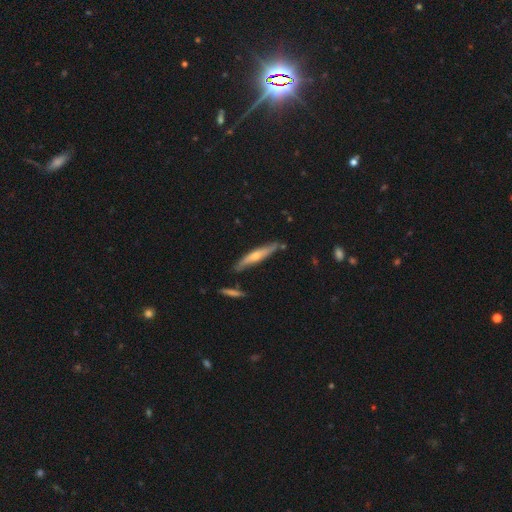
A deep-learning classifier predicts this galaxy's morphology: A featured or disk galaxy (58%) viewed edge-on (88%) with a rounded central bulge (81%). Merging: none (78%).